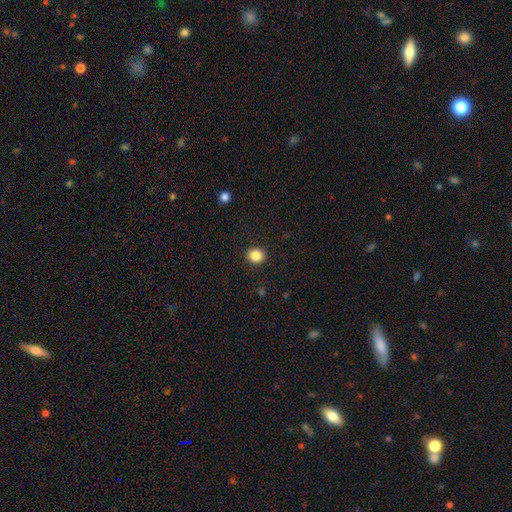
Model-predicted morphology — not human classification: This is clearly a smooth galaxy (86%). How rounded: clearly round (83%). Merging: clearly none (91%).